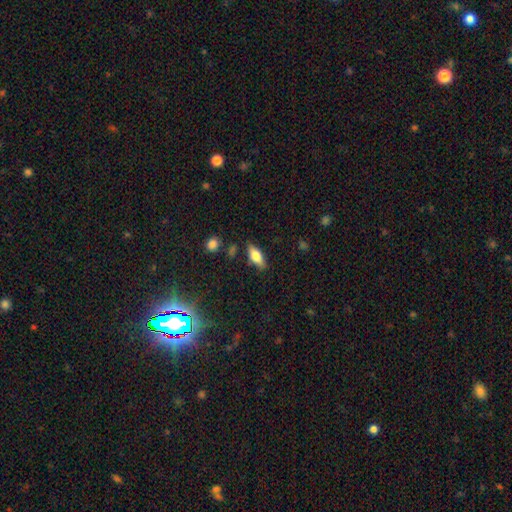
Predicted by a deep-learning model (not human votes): Smooth or featured: smooth — 66% (featured or disk — 26%)
How rounded: in between — 74% (cigar-shaped — 23%)
Merging: none — 82% (minor disturbance — 12%)